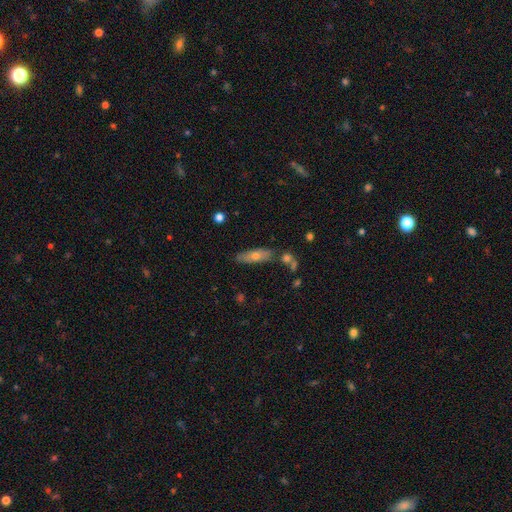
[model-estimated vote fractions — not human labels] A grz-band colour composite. It shows a smooth galaxy with no disk features (57%) that is cigar-shaped (57%). Merging: none (74%).